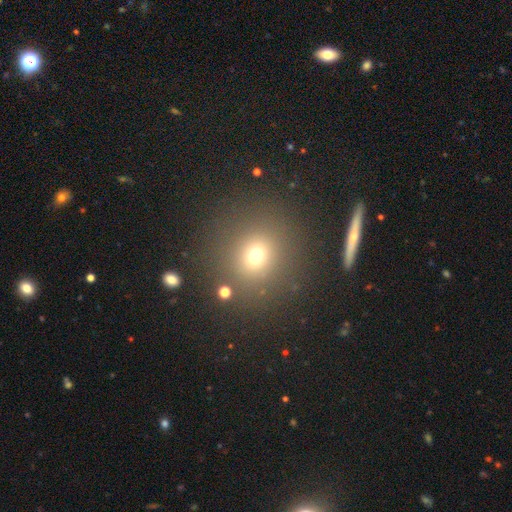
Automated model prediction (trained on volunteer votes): Smooth or featured: smooth — 69% (star or artifact — 22%)
How rounded: round — 84% (in between — 14%)
Merging: none — 83% (minor disturbance — 8%)